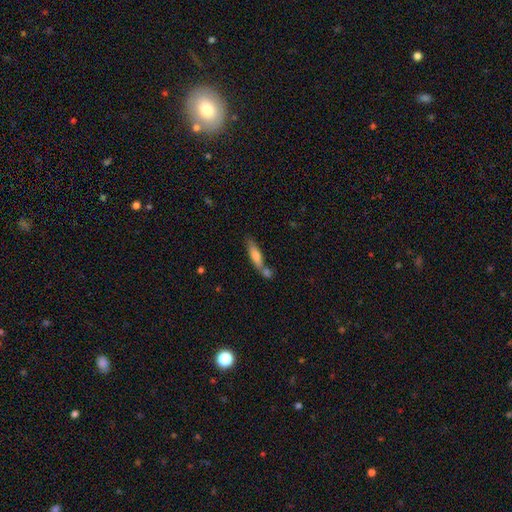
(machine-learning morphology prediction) A smooth galaxy with no disk features (64%) that is cigar-shaped (72%). Merging: none (51%).